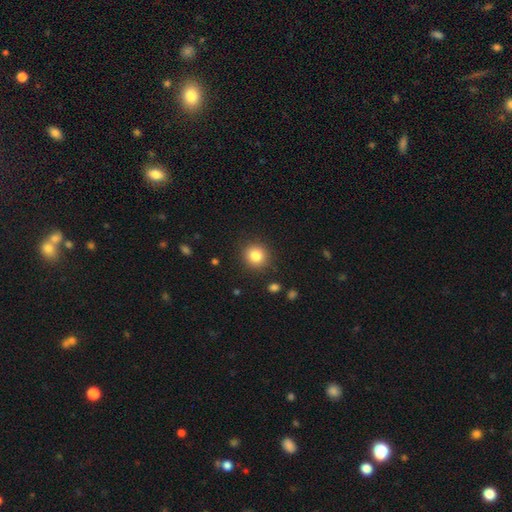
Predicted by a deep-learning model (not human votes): Smooth or featured?
  - smooth: 83% *
  - star or artifact: 11%
  - featured or disk: 6%
How rounded?
  - round: 92% *
  - in between: 8%
  - cigar-shaped: 1%
Merging?
  - none: 90% *
  - minor disturbance: 6%
  - major disturbance: 2%
  - merger: 1%